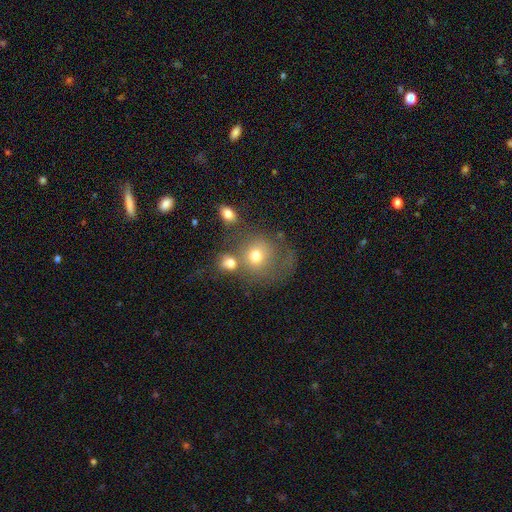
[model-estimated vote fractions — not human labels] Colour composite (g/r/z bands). It shows a smooth galaxy with no disk features (66%) that is round (77%). Merging: none (37%).